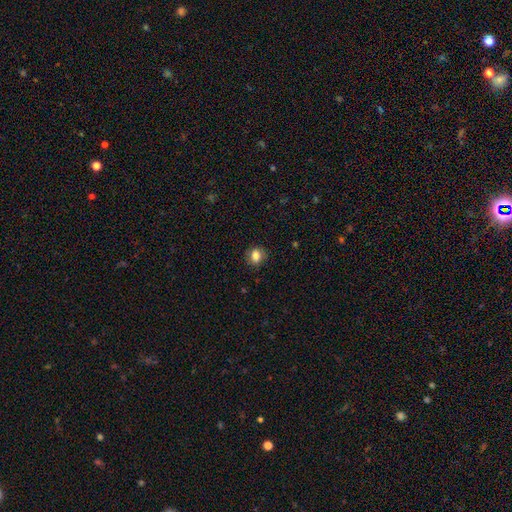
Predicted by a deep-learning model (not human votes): smooth_or_featured: smooth (p=0.83) [alt: star or artifact p=0.10]
how_rounded: round (p=0.56) [alt: in between p=0.42]
merging: none (p=0.84) [alt: minor disturbance p=0.12]